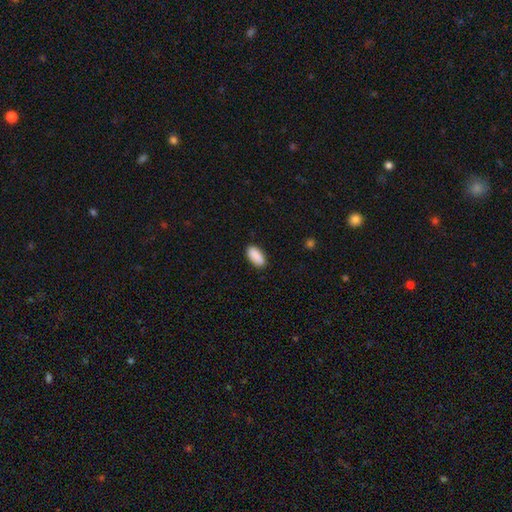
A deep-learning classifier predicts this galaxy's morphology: The model was most divided on "merging": none: 88%, minor disturbance: 9%, major disturbance: 2%, merger: 1%. More confident: how rounded — in between (92%); smooth or featured — smooth (91%).